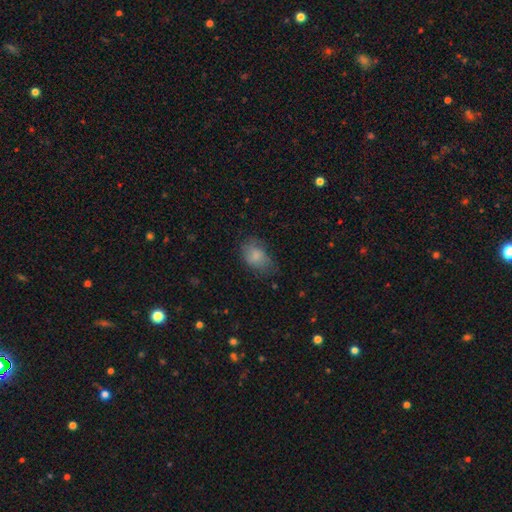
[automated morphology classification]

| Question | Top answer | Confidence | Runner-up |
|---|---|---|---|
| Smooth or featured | smooth | 80% | featured or disk (11%) |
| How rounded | in between | 84% | round (15%) |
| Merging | none | 56% | minor disturbance (30%) |